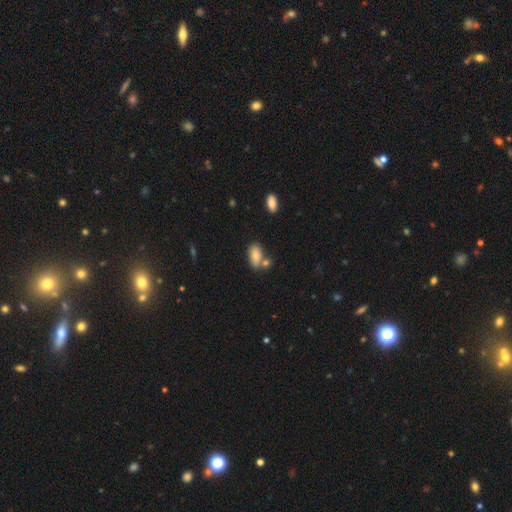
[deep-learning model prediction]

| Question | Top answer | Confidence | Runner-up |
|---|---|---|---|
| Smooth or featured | smooth | 80% | featured or disk (12%) |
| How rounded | in between | 89% | cigar-shaped (6%) |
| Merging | none | 56% | merger (24%) |